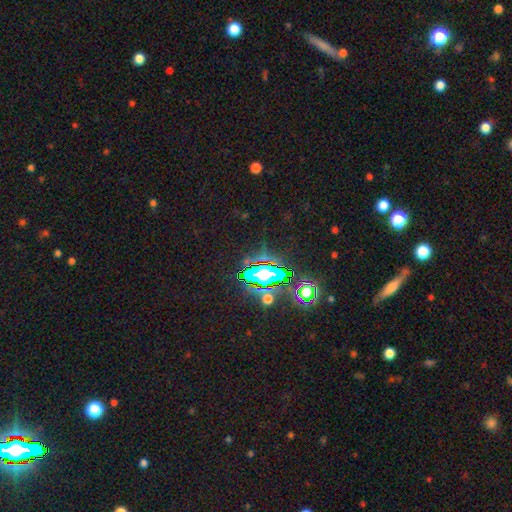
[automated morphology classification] type=star or artifact (81%).